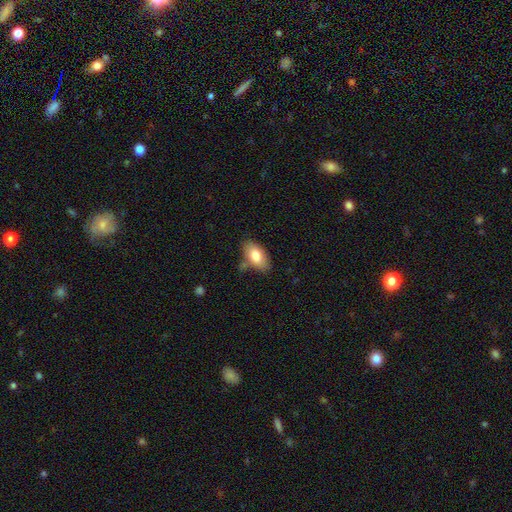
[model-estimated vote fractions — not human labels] This is likely a smooth galaxy (79%). How rounded: clearly in between (93%). Merging: likely none (68%).